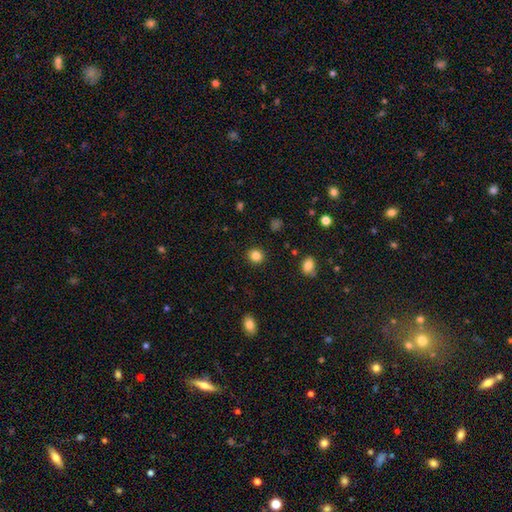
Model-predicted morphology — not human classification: Smooth or featured? Predicted: smooth (p=0.85). How rounded? Predicted: round (p=0.87). Merging? Predicted: none (p=0.91).